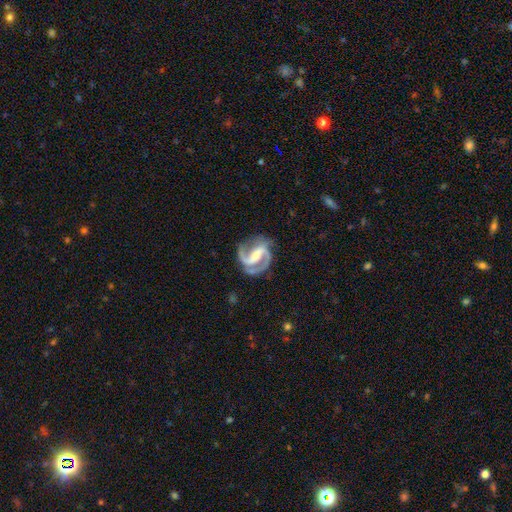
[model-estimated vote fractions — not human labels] Q: Smooth or featured?
A: featured or disk (93%); runner-up: star or artifact (4%)
Q: Edge-on disk?
A: no (98%); runner-up: yes (2%)
Q: Bar?
A: strong (46%); runner-up: weak (38%)
Q: Spiral arms?
A: yes (98%); runner-up: no (2%)
Q: Spiral winding?
A: medium (60%); runner-up: tight (25%)
Q: Spiral arm count?
A: 2 (83%); runner-up: 3 (10%)
Q: Bulge size?
A: moderate (43%); runner-up: small (38%)
Q: Merging?
A: none (74%); runner-up: minor disturbance (16%)